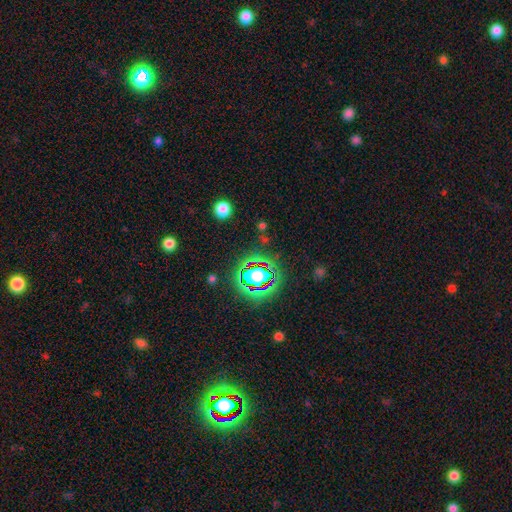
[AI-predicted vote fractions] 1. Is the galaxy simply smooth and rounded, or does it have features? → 73% star or artifact, 17% smooth, 9% featured or disk.